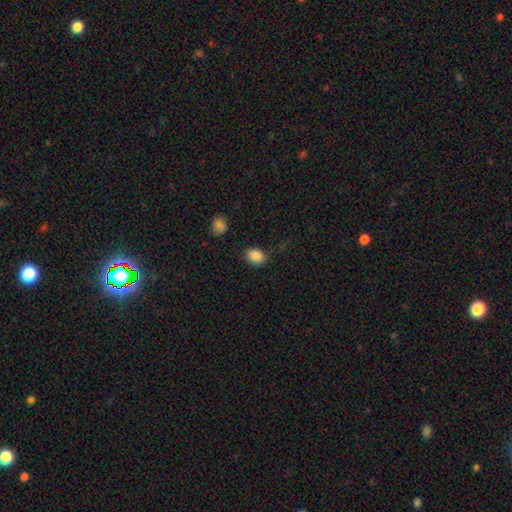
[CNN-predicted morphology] smooth 86%, star or artifact 10%, featured or disk 4%. Down the decision tree: how rounded — in between (61%); merging — none (75%).